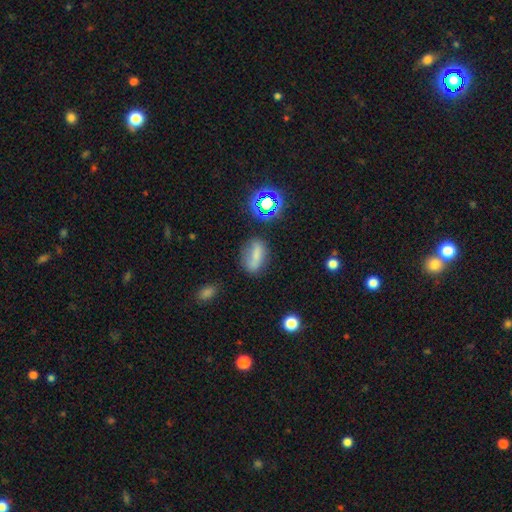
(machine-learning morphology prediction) Smooth or featured? Predicted: smooth (p=0.65). How rounded? Predicted: in between (p=0.74). Merging? Predicted: none (p=0.65).